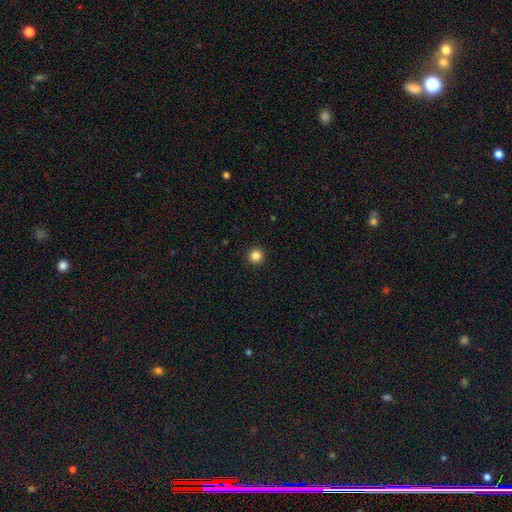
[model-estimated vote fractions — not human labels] Smooth or featured?
  - smooth: 85% *
  - star or artifact: 12%
  - featured or disk: 3%
How rounded?
  - round: 96% *
  - in between: 3%
  - cigar-shaped: 1%
Merging?
  - none: 94% *
  - minor disturbance: 4%
  - major disturbance: 1%
  - merger: 1%